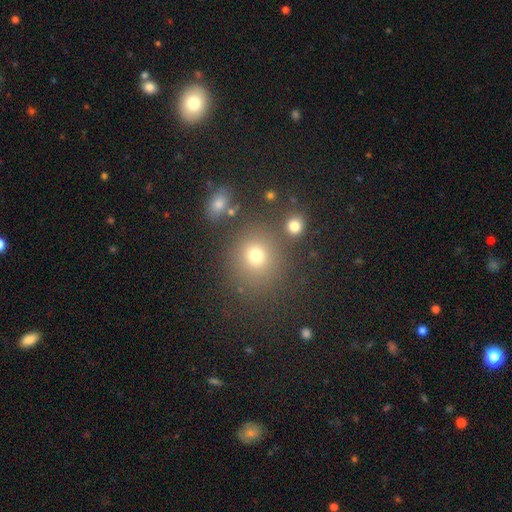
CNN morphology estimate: smooth_or_featured: smooth (p=0.72) [alt: star or artifact p=0.19]
how_rounded: round (p=0.81) [alt: in between p=0.18]
merging: none (p=0.75) [alt: minor disturbance p=0.10]